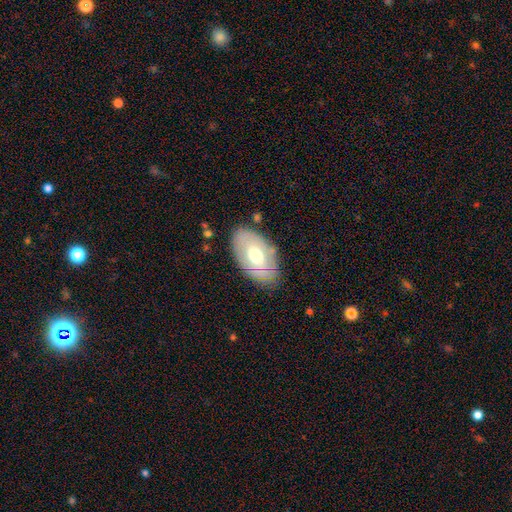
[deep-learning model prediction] smooth-or-featured: smooth: 48% | featured or disk: 45% | star or artifact: 7%
  merging: none: 77% | minor disturbance: 17% | major disturbance: 5% | merger: 2%